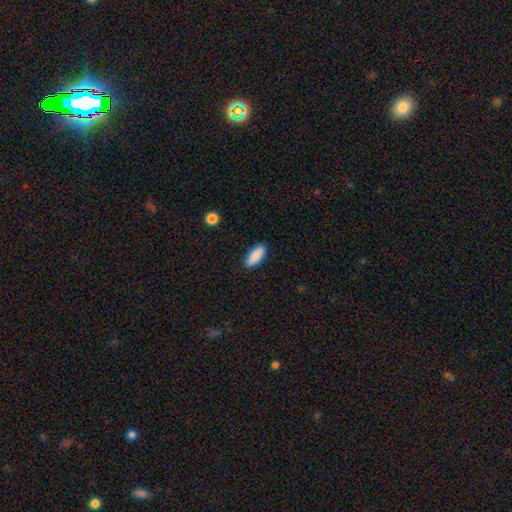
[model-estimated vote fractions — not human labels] Q: Smooth or featured?
A: smooth (88%); runner-up: star or artifact (7%)
Q: How rounded?
A: in between (70%); runner-up: cigar-shaped (28%)
Q: Merging?
A: none (88%); runner-up: minor disturbance (9%)